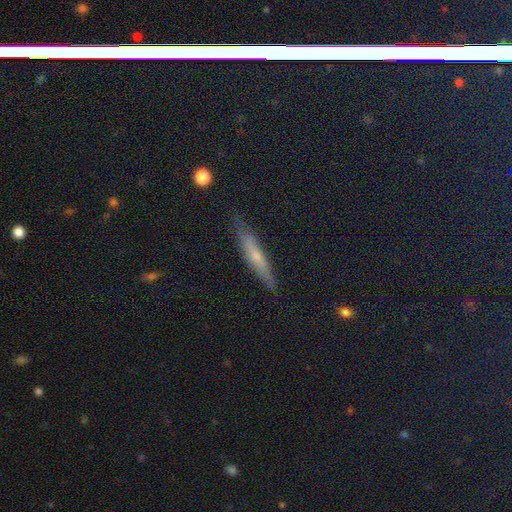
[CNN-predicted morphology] smooth_or_featured: smooth (p=0.49) [alt: featured or disk p=0.37]
merging: none (p=0.85) [alt: minor disturbance p=0.11]